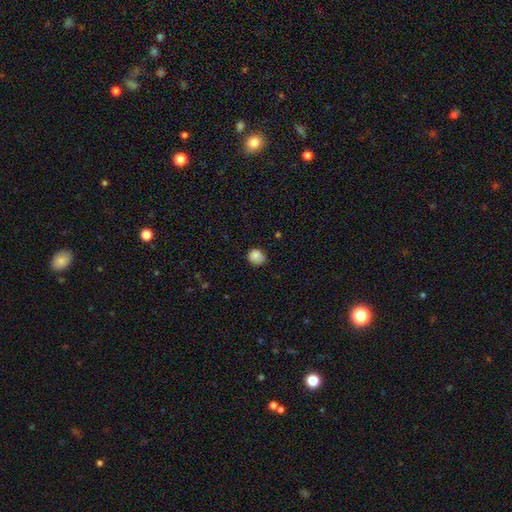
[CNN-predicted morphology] Q: Smooth or featured?
A: smooth (86%); runner-up: star or artifact (10%)
Q: How rounded?
A: round (69%); runner-up: in between (30%)
Q: Merging?
A: none (69%); runner-up: minor disturbance (25%)